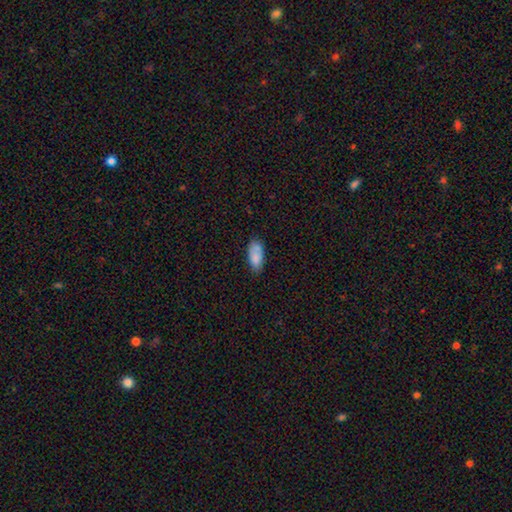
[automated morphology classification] The model was most divided on "merging": none: 64%, minor disturbance: 22%, merger: 9%, major disturbance: 5%. More confident: how rounded — in between (89%); smooth or featured — smooth (82%).